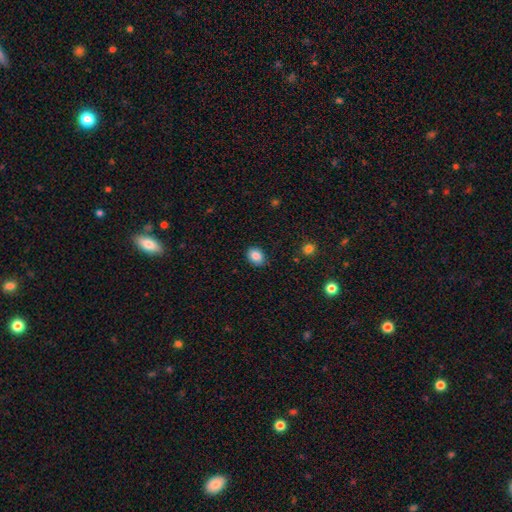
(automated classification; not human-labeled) This is clearly a smooth galaxy (87%). How rounded: likely in between (63%). Merging: clearly none (87%).